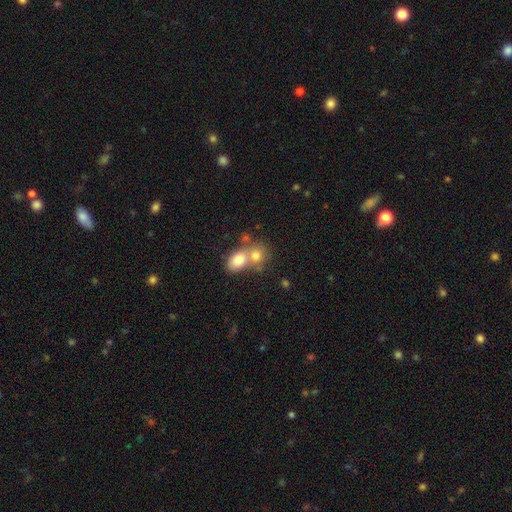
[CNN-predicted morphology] smooth 76%, featured or disk 15%, star or artifact 9%. Down the decision tree: how rounded — in between (54%); merging — merger (63%).